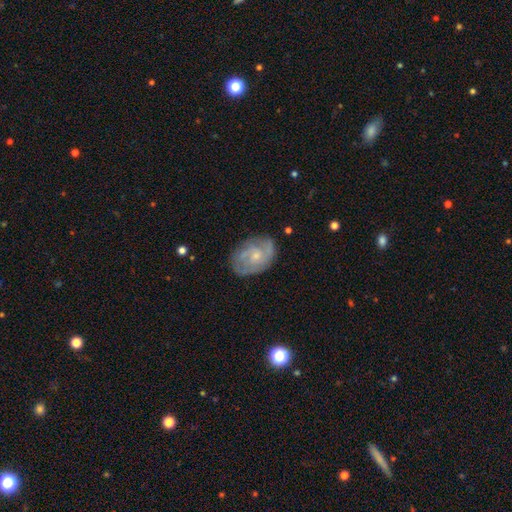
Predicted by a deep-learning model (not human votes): A featured or disk galaxy (66%) with no bar (76%), spiral arms (78%) and a small central bulge (60%). Merging: none (69%).